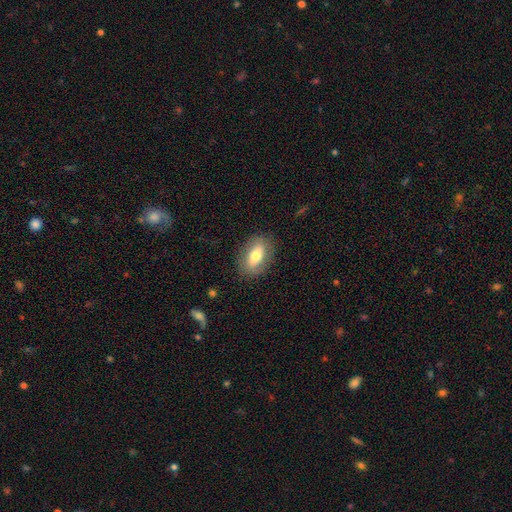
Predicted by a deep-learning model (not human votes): Morphology: type=smooth (65%); roundness=in between (87%); merging=none (83%).